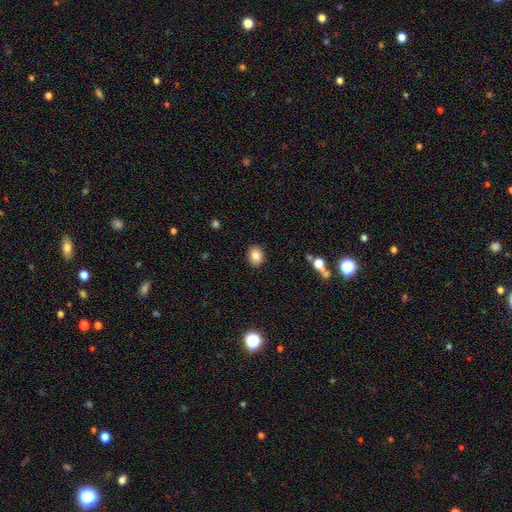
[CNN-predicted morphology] type=smooth (83%); roundness=round (51%); merging=none (89%).